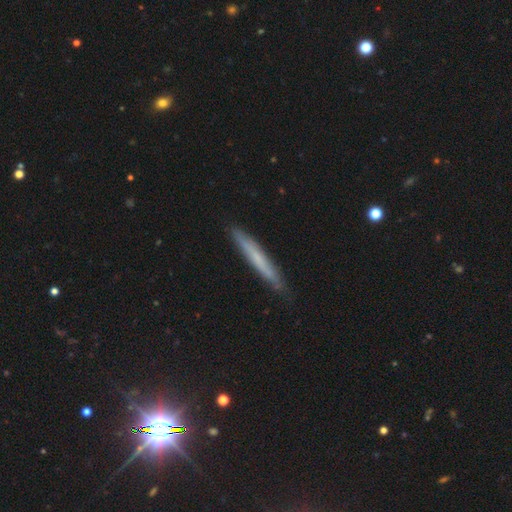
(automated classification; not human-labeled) This appears to be a smooth galaxy with no disk features (54%) that is cigar-shaped (96%). Merging: none (87%).